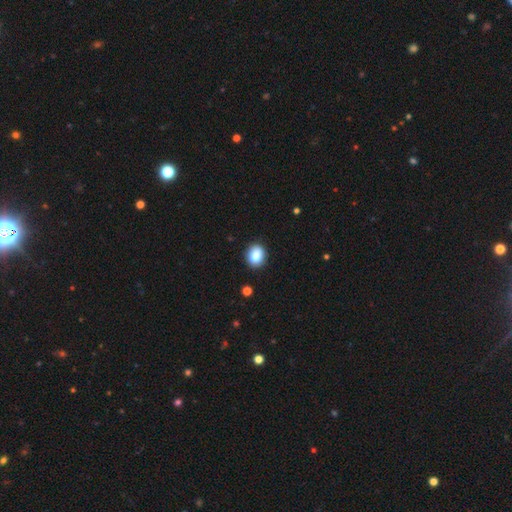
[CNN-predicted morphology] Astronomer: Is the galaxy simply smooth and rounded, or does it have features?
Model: smooth — 85%.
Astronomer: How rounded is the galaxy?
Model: round — 51% (runner-up: in between, 48%).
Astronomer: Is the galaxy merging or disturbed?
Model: none — 88%.